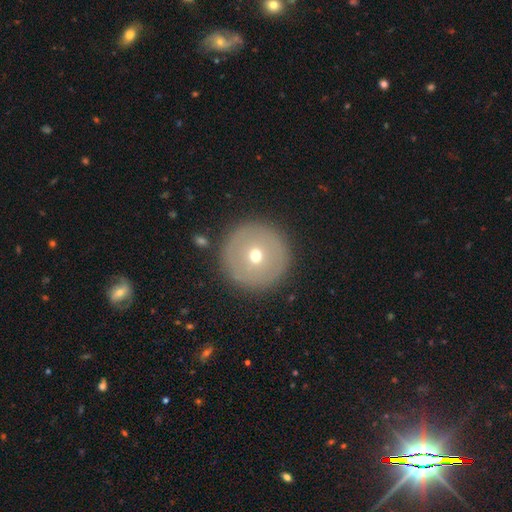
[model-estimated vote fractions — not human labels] Morphology: type=smooth (56%); roundness=round (97%); merging=none (90%).